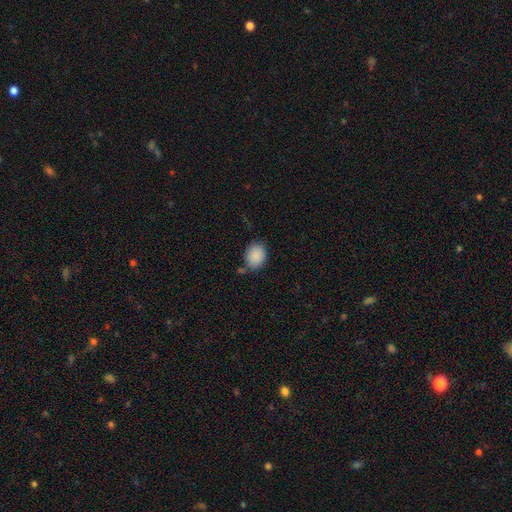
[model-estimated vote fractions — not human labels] A smooth galaxy with no disk features (89%) that is in between round and cigar-shaped (50%). Merging: none (72%).